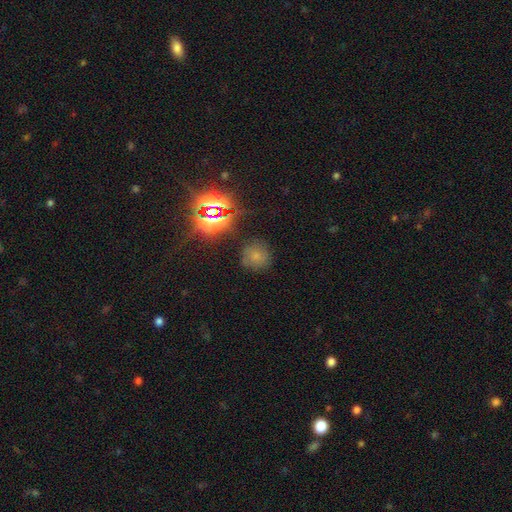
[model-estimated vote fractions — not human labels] A smooth galaxy with no disk features (59%) that is round (88%).

Vote fractions:
- Smooth or featured? smooth: 59% / star or artifact: 29% / featured or disk: 11%
- How rounded? round: 88% / in between: 11% / cigar-shaped: 1%
- Merging? none: 77% / minor disturbance: 15% / major disturbance: 5% / merger: 3%